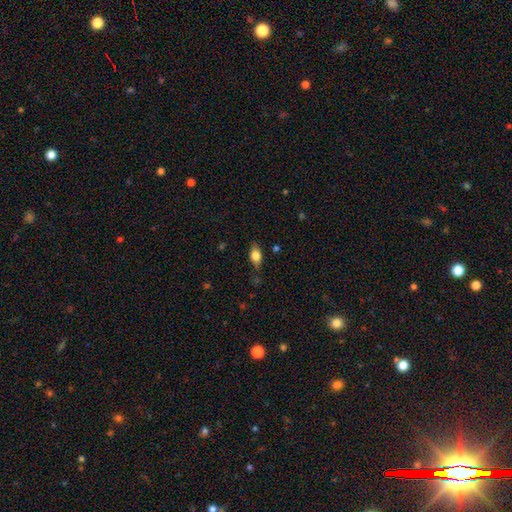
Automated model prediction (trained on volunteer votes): smooth-or-featured: smooth: 74% | featured or disk: 18% | star or artifact: 8%
  how-rounded: in between: 82% | round: 9% | cigar-shaped: 8%
  merging: none: 74% | minor disturbance: 19% | major disturbance: 4% | merger: 2%